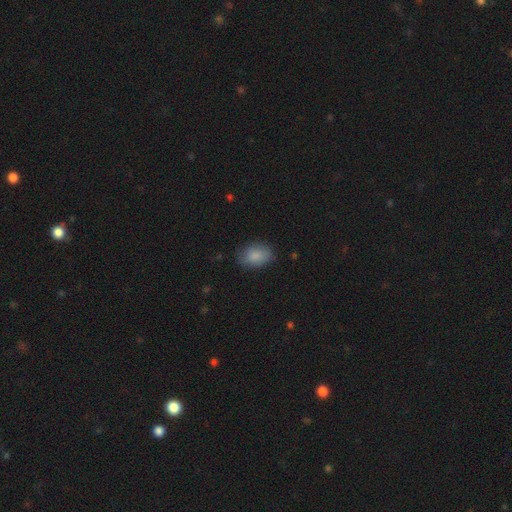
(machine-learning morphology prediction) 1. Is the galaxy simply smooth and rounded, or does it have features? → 87% smooth, 7% star or artifact, 6% featured or disk.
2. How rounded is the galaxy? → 83% in between, 16% round, 1% cigar-shaped.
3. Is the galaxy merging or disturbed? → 77% none, 18% minor disturbance, 4% major disturbance, 1% merger.